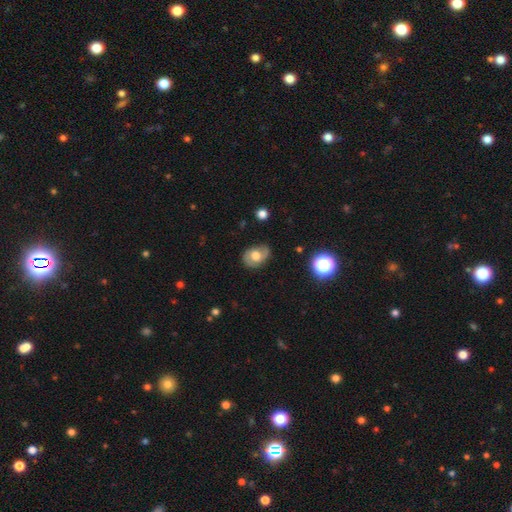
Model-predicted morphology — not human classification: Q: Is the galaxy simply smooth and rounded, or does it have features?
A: featured or disk — 47%.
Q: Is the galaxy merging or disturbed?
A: none — 67%.